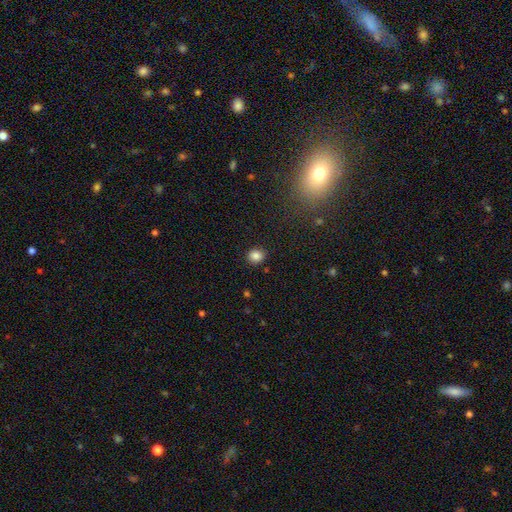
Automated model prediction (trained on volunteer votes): Overall: smooth (85%). How rounded: round (73%). Merging: none (89%).